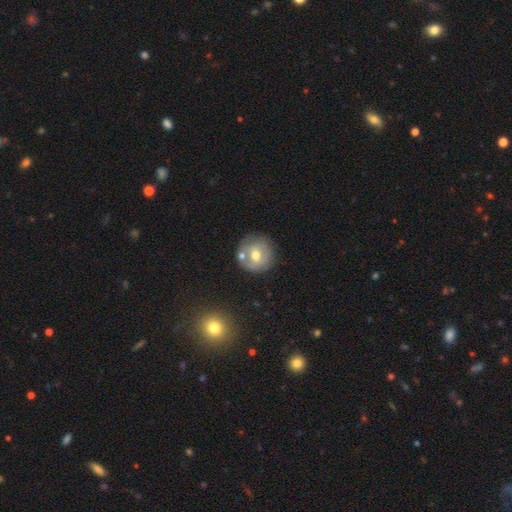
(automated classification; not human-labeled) Morphology: type=smooth (54%); roundness=round (92%); merging=none (65%).